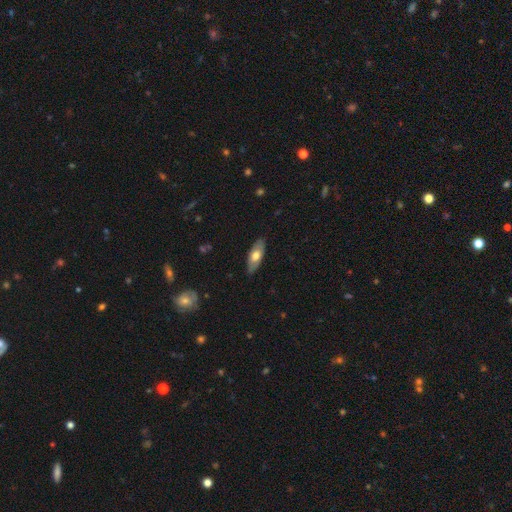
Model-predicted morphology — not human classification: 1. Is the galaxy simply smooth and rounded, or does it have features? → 62% smooth, 33% featured or disk, 5% star or artifact.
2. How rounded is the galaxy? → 78% in between, 20% cigar-shaped, 2% round.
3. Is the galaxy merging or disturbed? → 84% none, 13% minor disturbance, 2% major disturbance, 1% merger.